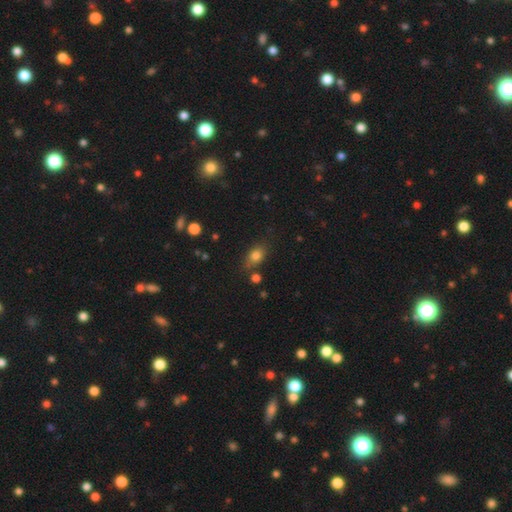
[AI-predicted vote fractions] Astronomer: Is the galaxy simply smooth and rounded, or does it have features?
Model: smooth — 80%.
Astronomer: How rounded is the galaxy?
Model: in between — 70%.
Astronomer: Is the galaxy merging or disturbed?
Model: none — 70%.